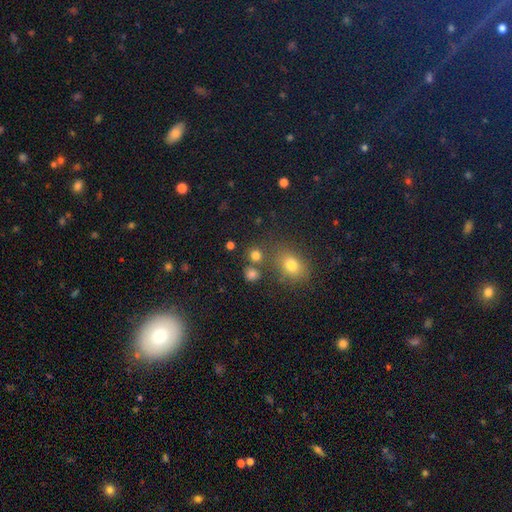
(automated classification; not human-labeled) The model was most divided on "merging": none: 71%, merger: 17%, minor disturbance: 8%, major disturbance: 4%. More confident: how rounded — round (82%); smooth or featured — smooth (77%).